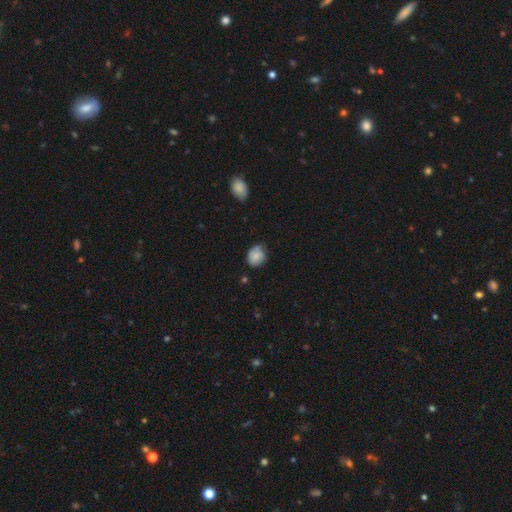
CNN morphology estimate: A smooth galaxy with no disk features (77%) that is round (63%).

Vote fractions:
- Smooth or featured? smooth: 77% / featured or disk: 15% / star or artifact: 8%
- How rounded? round: 63% / in between: 36% / cigar-shaped: 1%
- Merging? none: 58% / minor disturbance: 34% / major disturbance: 6% / merger: 2%